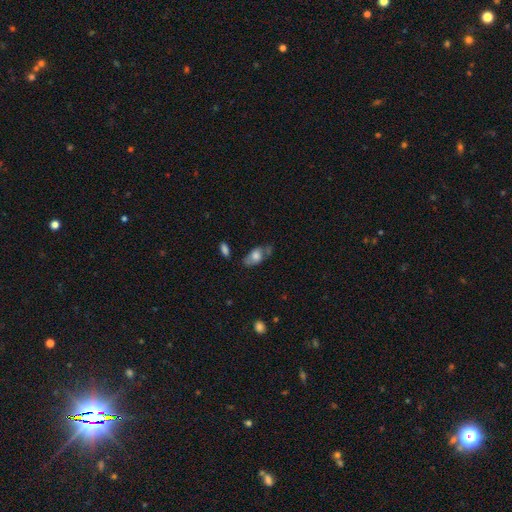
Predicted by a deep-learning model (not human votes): Smooth or featured? Predicted: smooth (p=0.66). How rounded? Predicted: in between (p=0.88). Merging? Predicted: none (p=0.50).